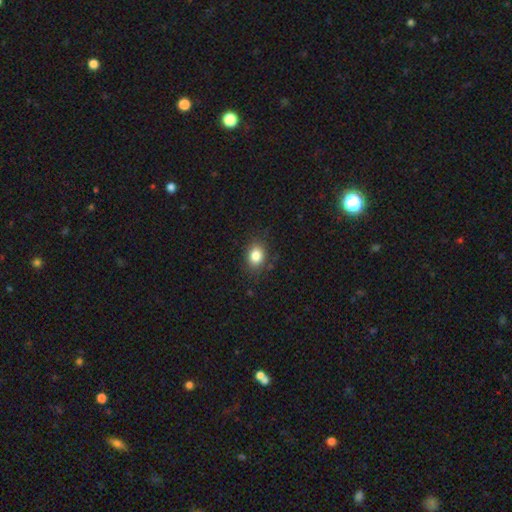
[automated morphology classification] Smooth or featured? smooth (84%)
How rounded? in between (59%)
Merging? none (82%)